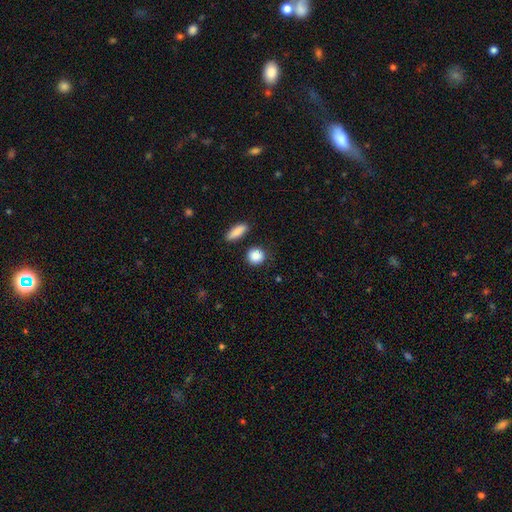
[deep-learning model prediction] Morphology: type=smooth (88%); roundness=round (83%); merging=none (83%).